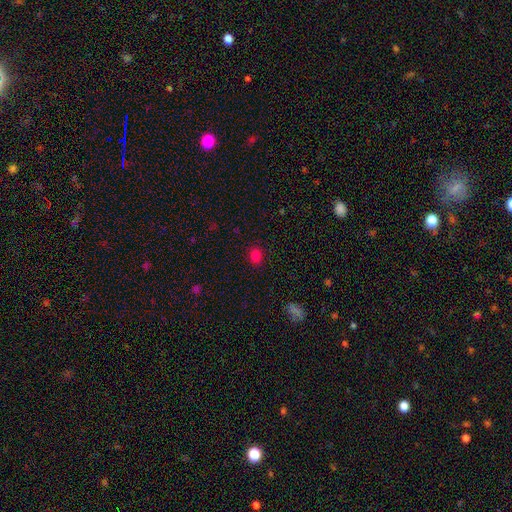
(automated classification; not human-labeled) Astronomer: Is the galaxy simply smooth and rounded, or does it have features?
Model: smooth — 81%.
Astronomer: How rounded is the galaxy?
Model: round — 58% (runner-up: in between, 41%).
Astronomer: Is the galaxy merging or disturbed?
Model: none — 89%.